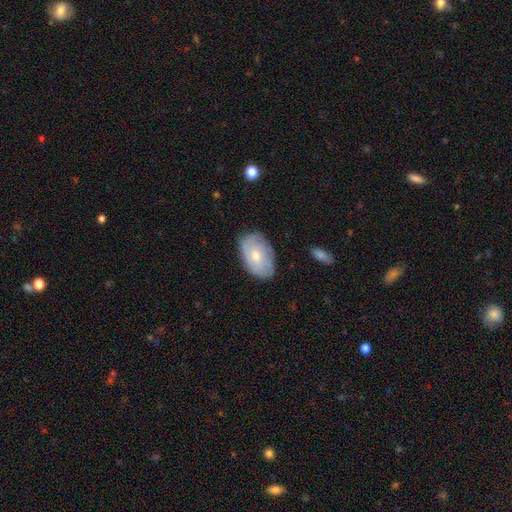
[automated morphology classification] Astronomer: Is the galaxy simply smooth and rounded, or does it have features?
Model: smooth — 54% (runner-up: featured or disk, 39%).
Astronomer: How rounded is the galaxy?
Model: in between — 89%.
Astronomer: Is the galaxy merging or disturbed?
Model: none — 79%.